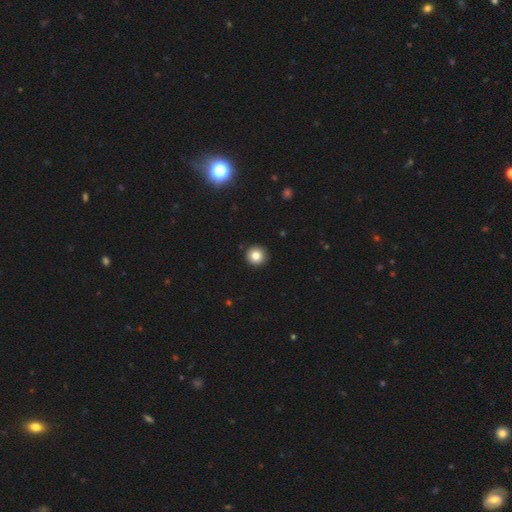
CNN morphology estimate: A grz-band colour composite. It shows a smooth galaxy with no disk features (83%) that is round (96%). Merging: none (93%).